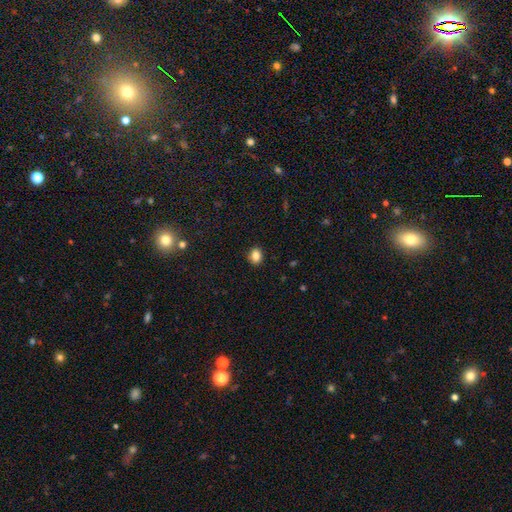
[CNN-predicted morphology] This is clearly a smooth galaxy (85%). How rounded: possibly round (59%). Merging: clearly none (90%).